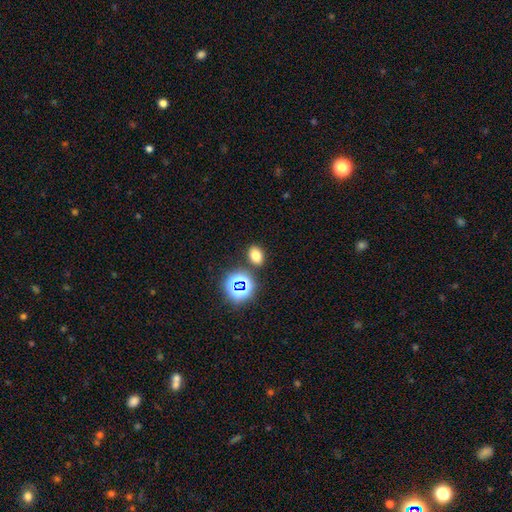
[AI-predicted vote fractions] Smooth or featured: smooth — 70% (star or artifact — 22%)
How rounded: in between — 68% (round — 30%)
Merging: none — 82% (minor disturbance — 9%)